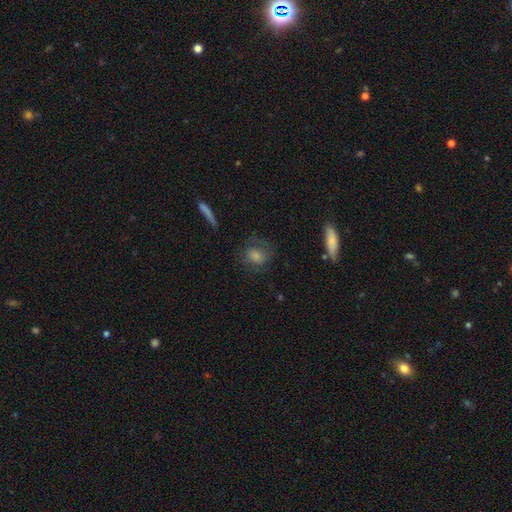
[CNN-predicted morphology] Q: Smooth or featured?
A: smooth (49%); runner-up: featured or disk (37%)
Q: Merging?
A: none (66%); runner-up: minor disturbance (19%)